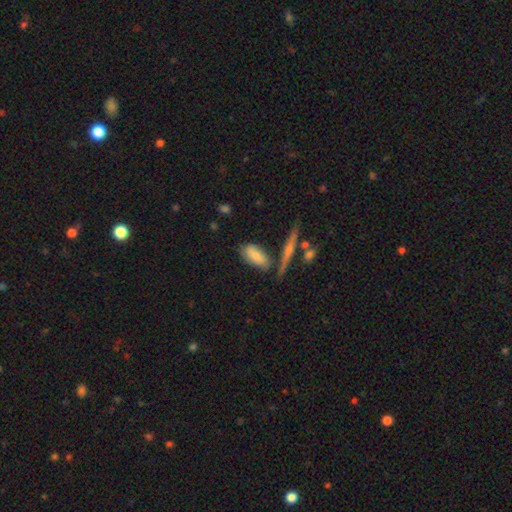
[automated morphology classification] Q: Smooth or featured?
A: smooth (73%); runner-up: featured or disk (19%)
Q: How rounded?
A: in between (83%); runner-up: cigar-shaped (14%)
Q: Merging?
A: none (60%); runner-up: minor disturbance (21%)